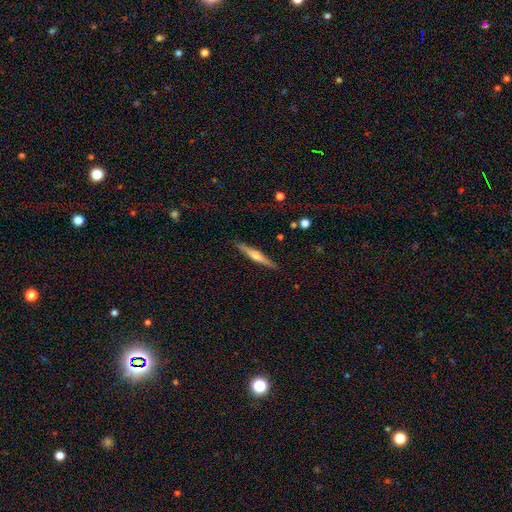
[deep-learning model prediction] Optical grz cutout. It shows a featured or disk galaxy (65%) viewed edge-on (97%) with a rounded central bulge (84%). Merging: none (90%).